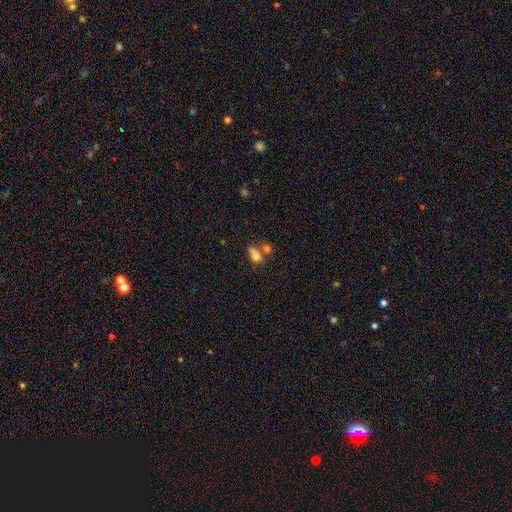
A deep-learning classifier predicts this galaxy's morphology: This appears to be a smooth galaxy with no disk features (73%) that is in between round and cigar-shaped (64%). Merging: merger (46%).